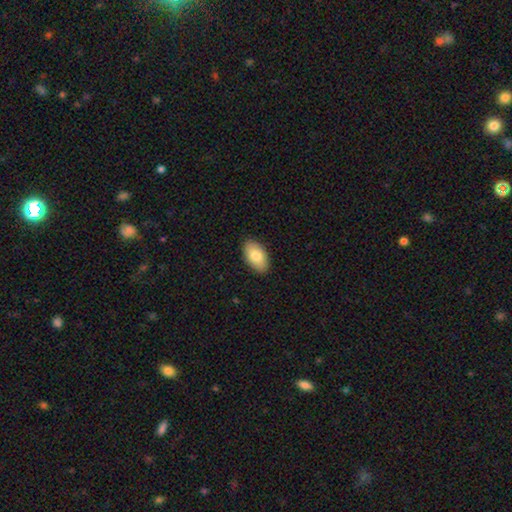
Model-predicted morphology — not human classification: Smooth or featured? smooth (81%)
How rounded? in between (94%)
Merging? none (88%)